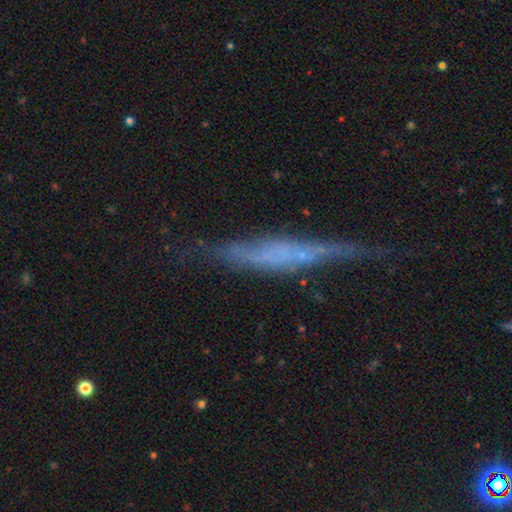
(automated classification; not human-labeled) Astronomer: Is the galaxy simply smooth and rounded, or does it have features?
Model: featured or disk — 49% (runner-up: smooth, 38%).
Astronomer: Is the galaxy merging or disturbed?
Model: none — 60%.